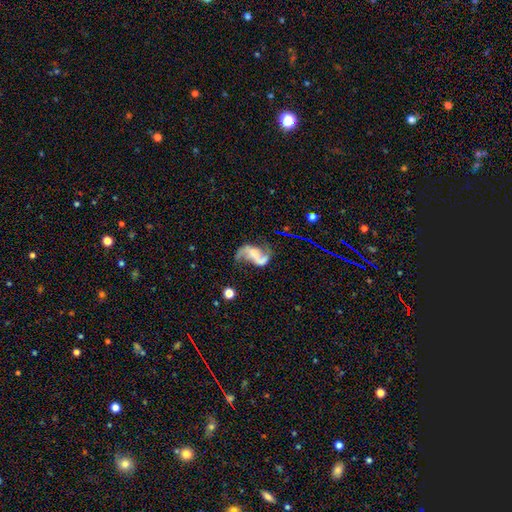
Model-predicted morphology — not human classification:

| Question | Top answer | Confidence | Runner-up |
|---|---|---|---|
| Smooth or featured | featured or disk | 81% | smooth (11%) |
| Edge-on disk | no | 98% | yes (2%) |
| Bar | no | 45% | weak (33%) |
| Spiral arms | yes | 90% | no (10%) |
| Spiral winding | loose | 77% | medium (18%) |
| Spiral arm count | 2 | 90% | 1 (4%) |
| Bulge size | none | 61% | small (18%) |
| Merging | none | 49% | major disturbance (23%) |